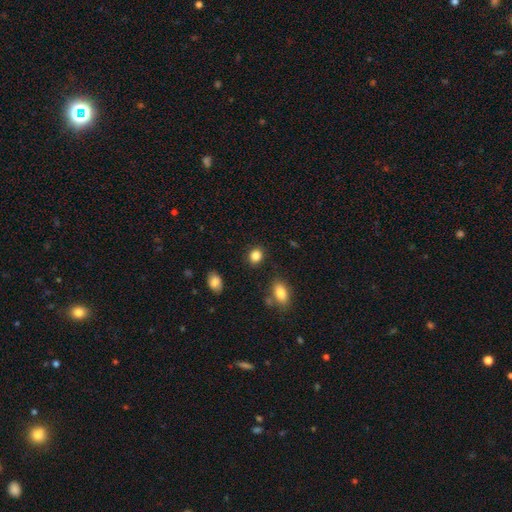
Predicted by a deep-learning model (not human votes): Smooth or featured?
  - smooth: 86% *
  - star or artifact: 9%
  - featured or disk: 4%
How rounded?
  - round: 65% *
  - in between: 33%
  - cigar-shaped: 1%
Merging?
  - none: 88% *
  - minor disturbance: 8%
  - major disturbance: 3%
  - merger: 2%